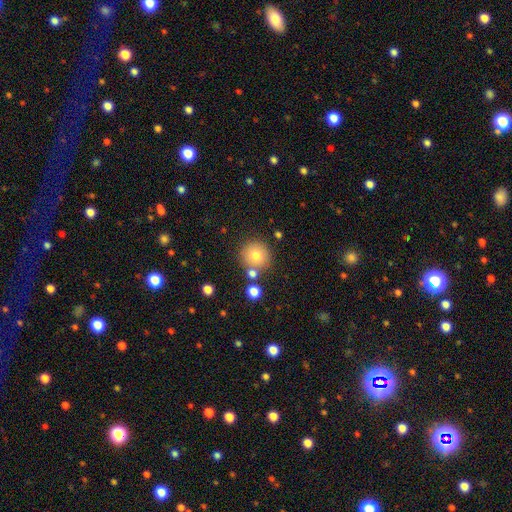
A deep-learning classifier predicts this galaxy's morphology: This appears to be a smooth galaxy with no disk features (78%) that is round (94%). Merging: none (75%).